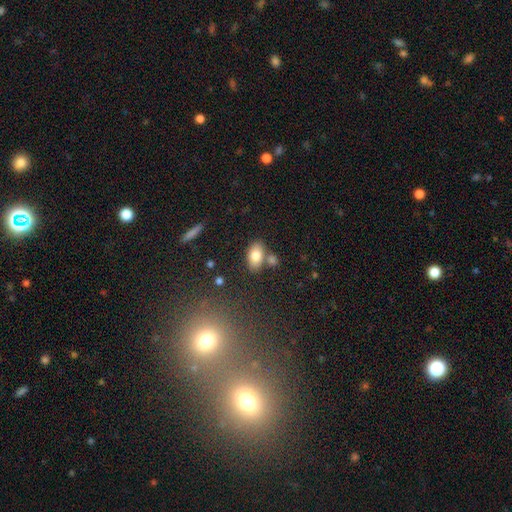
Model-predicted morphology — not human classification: Smooth or featured? Predicted: smooth (p=0.79). How rounded? Predicted: in between (p=0.91). Merging? Predicted: none (p=0.66).